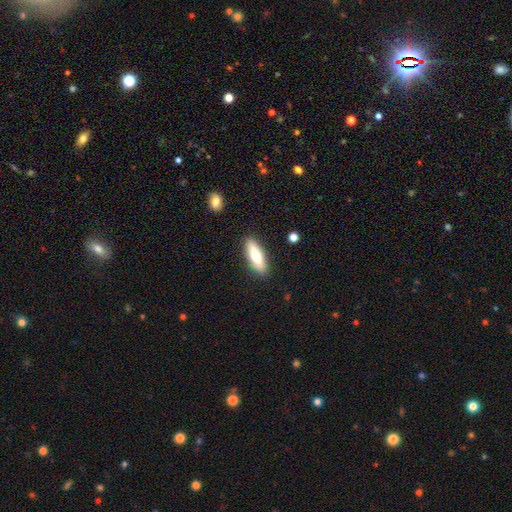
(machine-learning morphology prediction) smooth-or-featured: smooth: 64% | featured or disk: 30% | star or artifact: 6%
  how-rounded: cigar-shaped: 50% | in between: 48% | round: 2%
  merging: none: 89% | minor disturbance: 8% | major disturbance: 2% | merger: 1%